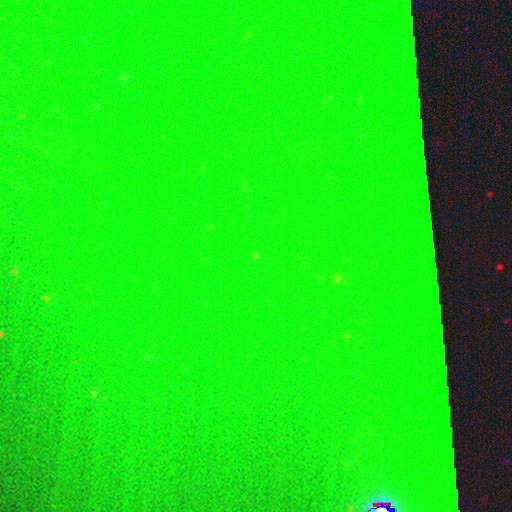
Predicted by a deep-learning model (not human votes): Smooth or featured? Predicted: star or artifact (p=0.81).